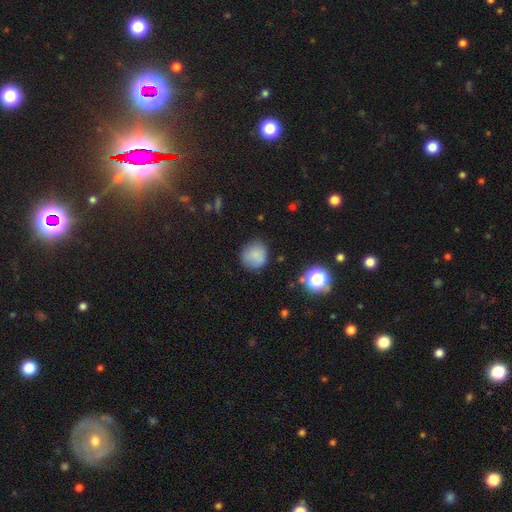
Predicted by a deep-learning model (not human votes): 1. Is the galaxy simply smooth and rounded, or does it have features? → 82% smooth, 11% star or artifact, 6% featured or disk.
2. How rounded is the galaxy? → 88% round, 11% in between, 1% cigar-shaped.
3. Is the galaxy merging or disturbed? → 80% none, 14% minor disturbance, 4% major disturbance, 2% merger.